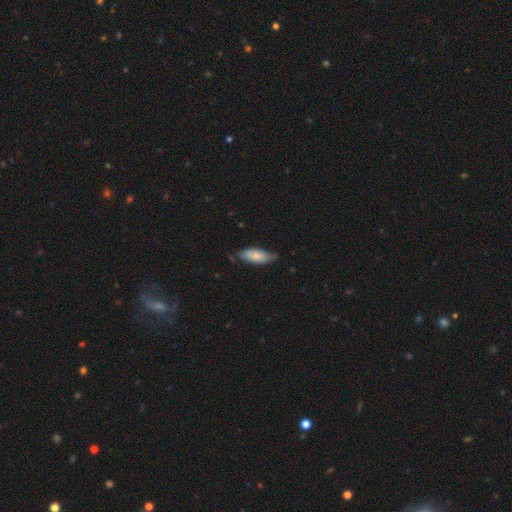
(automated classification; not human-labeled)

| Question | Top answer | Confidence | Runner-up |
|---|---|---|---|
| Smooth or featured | smooth | 74% | featured or disk (20%) |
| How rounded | in between | 75% | cigar-shaped (23%) |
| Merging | none | 63% | minor disturbance (30%) |